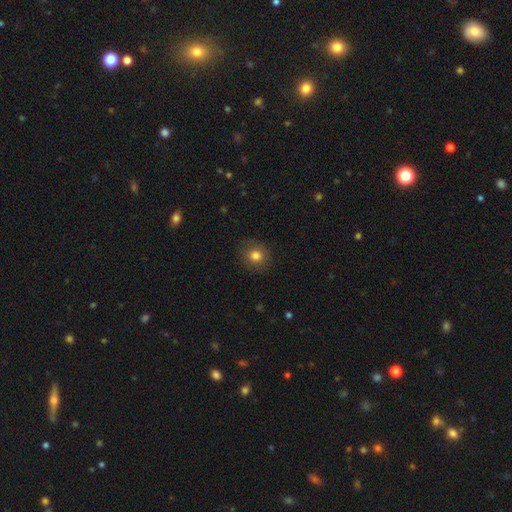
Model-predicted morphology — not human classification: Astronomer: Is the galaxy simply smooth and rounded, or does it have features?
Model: smooth — 80%.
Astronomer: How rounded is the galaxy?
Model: round — 84%.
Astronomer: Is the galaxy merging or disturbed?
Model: none — 87%.